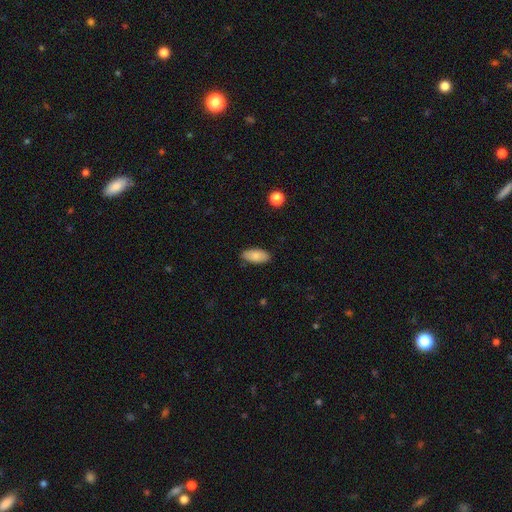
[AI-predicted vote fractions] This is clearly a smooth galaxy (83%). How rounded: clearly in between (91%). Merging: clearly none (86%).